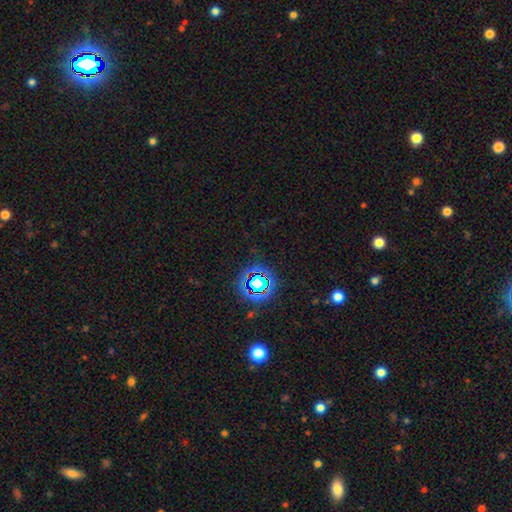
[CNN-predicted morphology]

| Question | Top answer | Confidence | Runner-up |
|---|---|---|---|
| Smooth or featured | star or artifact | 76% | smooth (14%) |